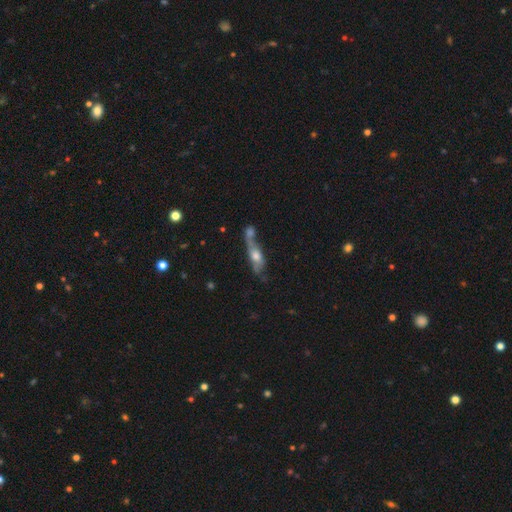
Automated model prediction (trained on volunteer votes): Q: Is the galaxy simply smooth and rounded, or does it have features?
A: smooth — 46%.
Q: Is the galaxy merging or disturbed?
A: merger — 51%.